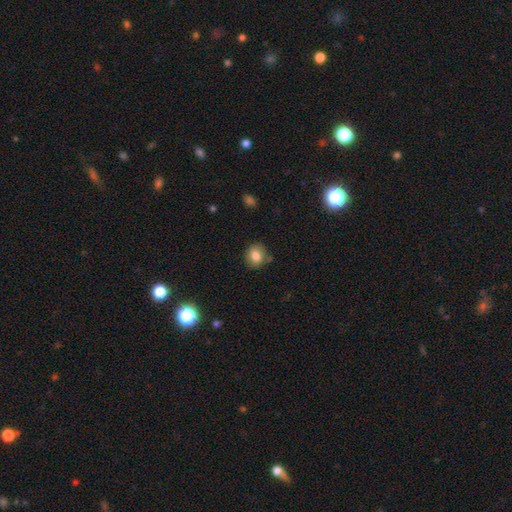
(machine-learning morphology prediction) A smooth galaxy with no disk features (82%) that is round (73%). Merging: none (79%).